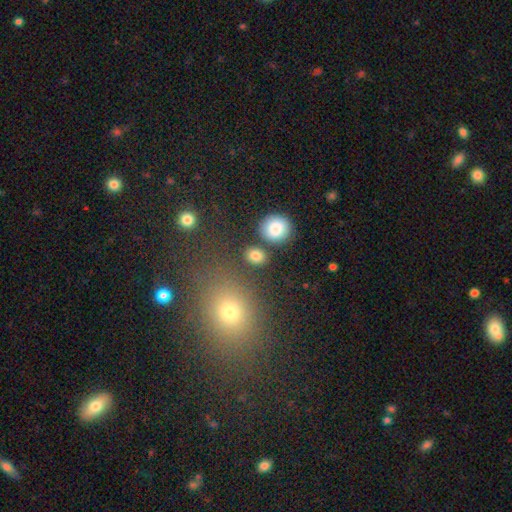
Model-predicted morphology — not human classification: smooth_or_featured: smooth (p=0.83) [alt: star or artifact p=0.11]
how_rounded: round (p=0.61) [alt: in between p=0.37]
merging: none (p=0.79) [alt: merger p=0.09]